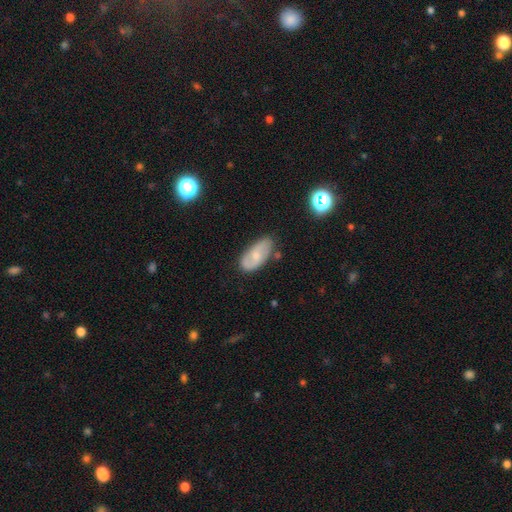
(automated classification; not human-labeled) smooth-or-featured: smooth: 48% | featured or disk: 44% | star or artifact: 8%
  merging: none: 68% | minor disturbance: 23% | major disturbance: 5% | merger: 4%